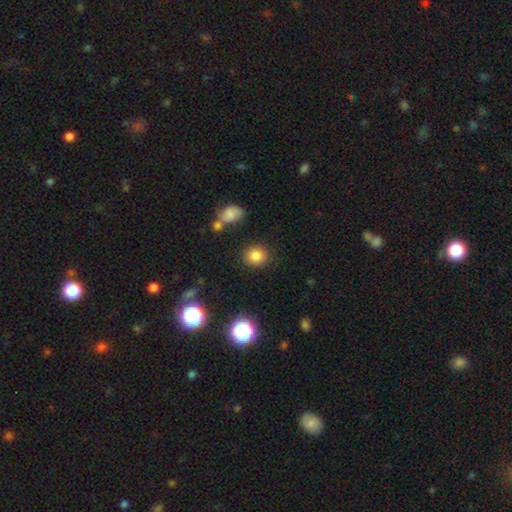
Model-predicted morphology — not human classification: Smooth or featured: smooth — 83% (star or artifact — 12%)
How rounded: round — 77% (in between — 22%)
Merging: none — 84% (minor disturbance — 9%)